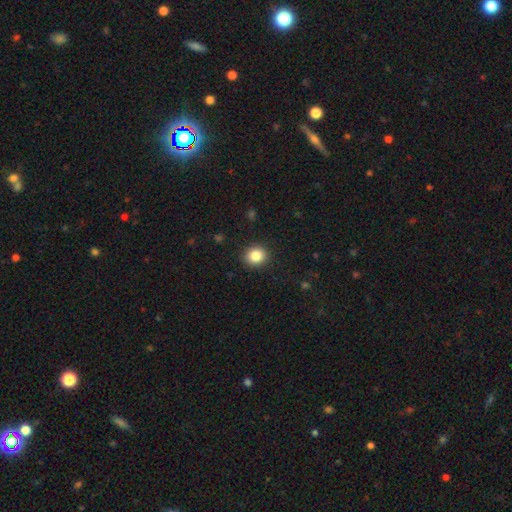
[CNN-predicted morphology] type=smooth (85%); roundness=round (81%); merging=none (91%).